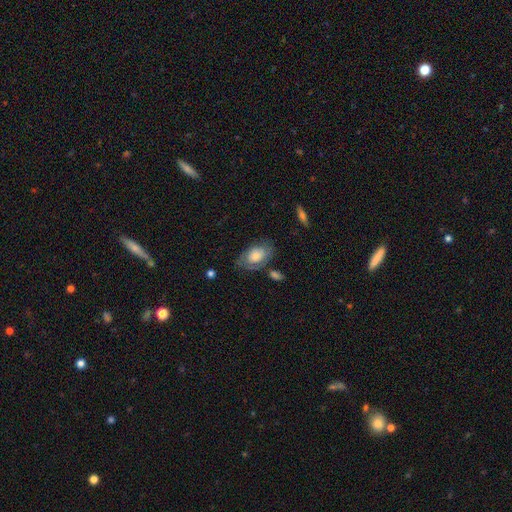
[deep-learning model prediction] A smooth galaxy with no disk features (52%) that is in between round and cigar-shaped (88%). Merging: none (61%).